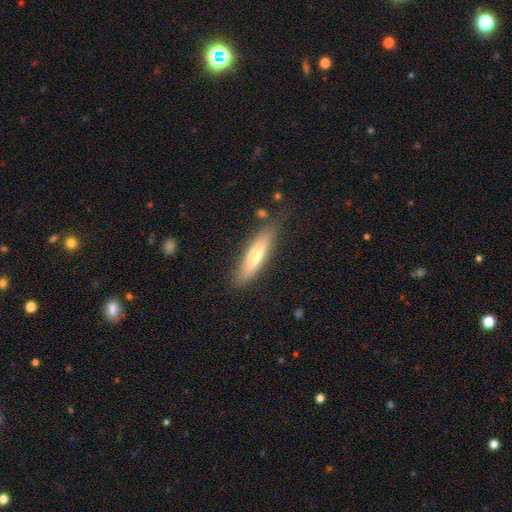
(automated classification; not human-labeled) Morphology: type=smooth (56%); roundness=cigar-shaped (76%); merging=none (77%).